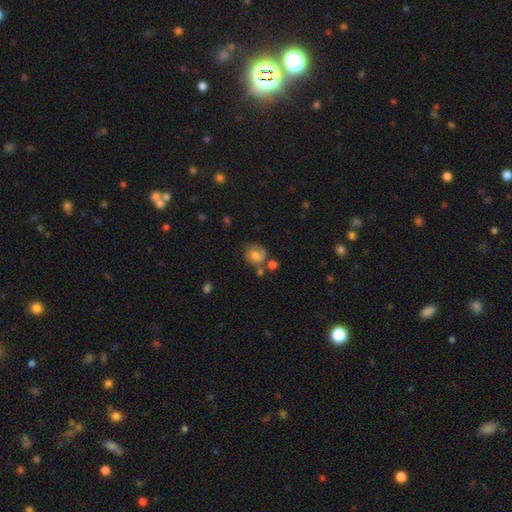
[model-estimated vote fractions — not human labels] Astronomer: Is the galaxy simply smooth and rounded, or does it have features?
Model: smooth — 51% (runner-up: featured or disk, 39%).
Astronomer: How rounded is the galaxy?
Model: round — 63%.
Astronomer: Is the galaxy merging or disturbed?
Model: none — 48% (runner-up: minor disturbance, 24%).